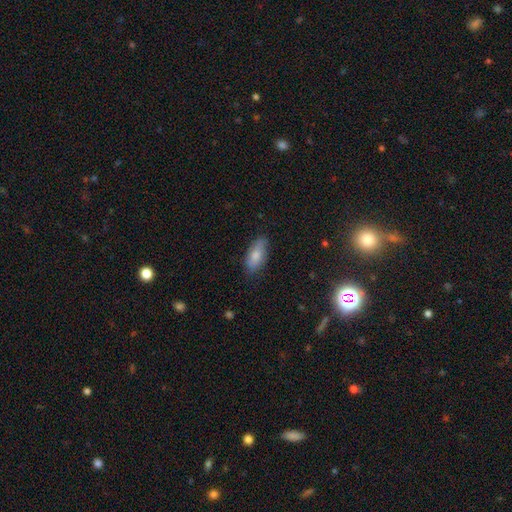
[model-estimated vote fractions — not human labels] Smooth or featured? Predicted: smooth (p=0.81). How rounded? Predicted: in between (p=0.86). Merging? Predicted: none (p=0.80).